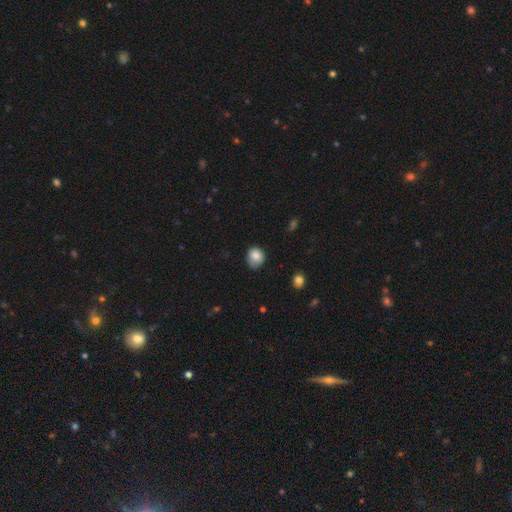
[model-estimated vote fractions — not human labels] smooth 82%, featured or disk 9%, star or artifact 9%. Down the decision tree: how rounded — round (66%); merging — none (58%).